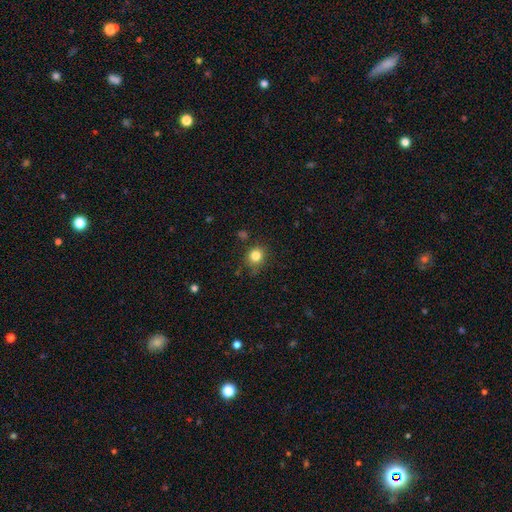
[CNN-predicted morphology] Smooth or featured? smooth (83%)
How rounded? round (82%)
Merging? none (80%)